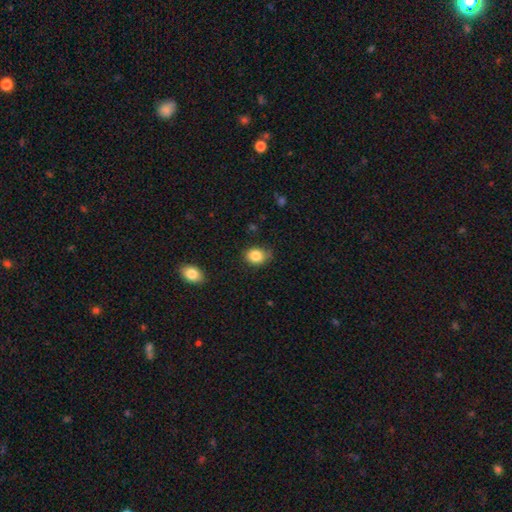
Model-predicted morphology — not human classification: Smooth or featured: smooth — 85% (star or artifact — 9%)
How rounded: in between — 51% (round — 48%)
Merging: none — 68% (minor disturbance — 25%)